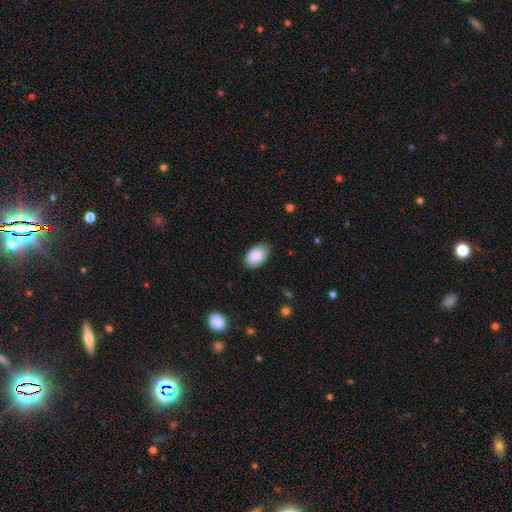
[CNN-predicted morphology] smooth_or_featured: smooth (p=0.83) [alt: featured or disk p=0.11]
how_rounded: in between (p=0.91) [alt: round p=0.08]
merging: none (p=0.80) [alt: minor disturbance p=0.16]